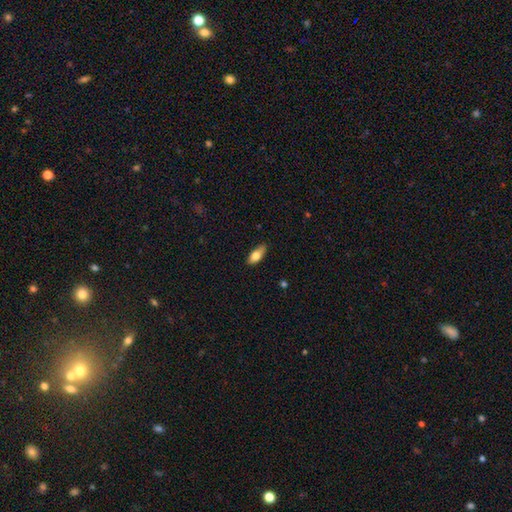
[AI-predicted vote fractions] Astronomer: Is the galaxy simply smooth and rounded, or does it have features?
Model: smooth — 75%.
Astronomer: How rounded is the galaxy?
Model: in between — 80%.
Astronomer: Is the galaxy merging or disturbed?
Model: none — 80%.